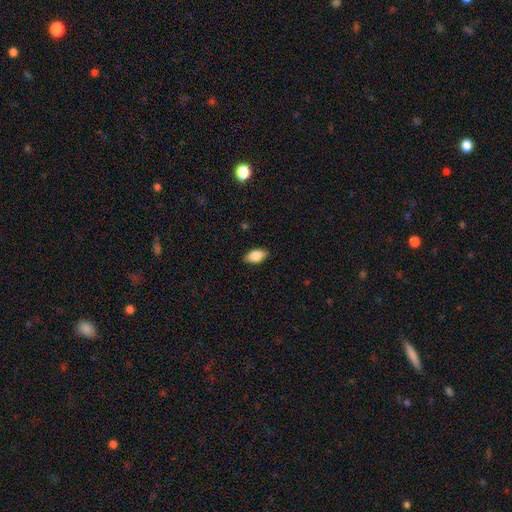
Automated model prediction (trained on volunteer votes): smooth-or-featured: smooth: 85% | featured or disk: 8% | star or artifact: 7%
  how-rounded: in between: 92% | round: 5% | cigar-shaped: 4%
  merging: none: 87% | minor disturbance: 10% | major disturbance: 2% | merger: 1%